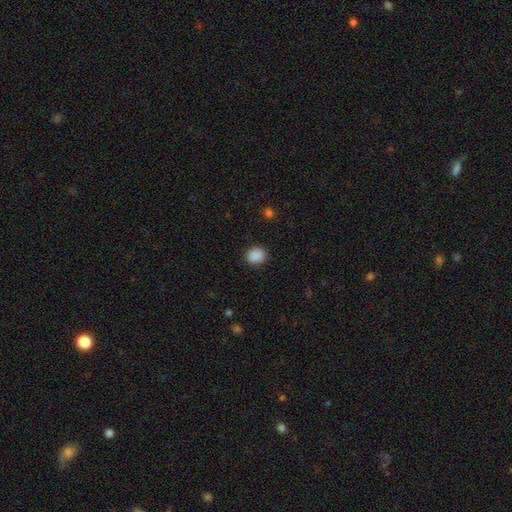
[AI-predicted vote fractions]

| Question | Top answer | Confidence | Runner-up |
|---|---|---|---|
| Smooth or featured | smooth | 89% | star or artifact (9%) |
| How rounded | round | 68% | in between (31%) |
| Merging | none | 89% | minor disturbance (8%) |